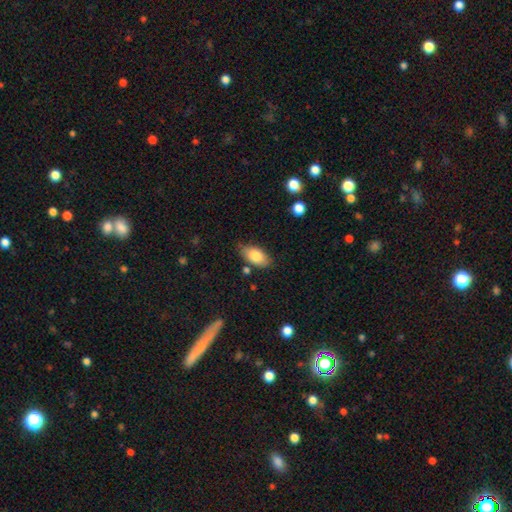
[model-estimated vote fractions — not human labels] smooth_or_featured: smooth (p=0.81) [alt: featured or disk p=0.12]
how_rounded: in between (p=0.93) [alt: round p=0.04]
merging: none (p=0.75) [alt: minor disturbance p=0.18]